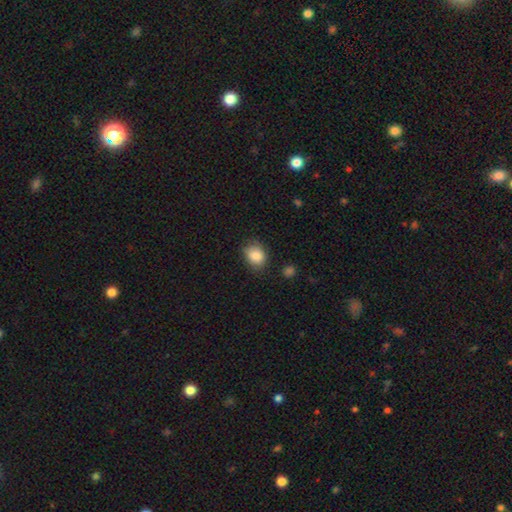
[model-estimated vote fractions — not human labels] smooth 85%, star or artifact 9%, featured or disk 6%. Down the decision tree: how rounded — in between (57%); merging — none (74%).